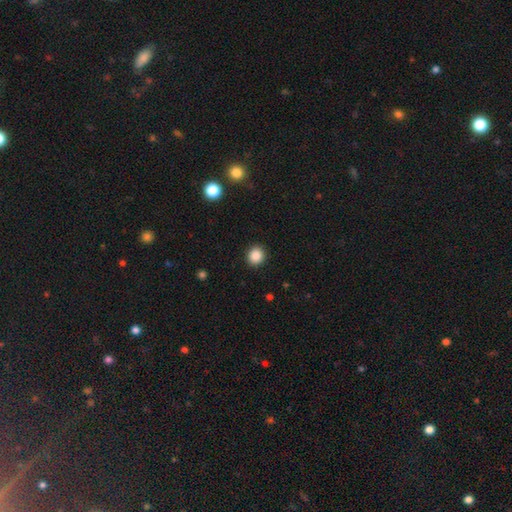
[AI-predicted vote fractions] A smooth galaxy with no disk features (87%) that is round (83%).

Vote fractions:
- Smooth or featured? smooth: 87% / star or artifact: 10% / featured or disk: 3%
- How rounded? round: 83% / in between: 16% / cigar-shaped: 1%
- Merging? none: 92% / minor disturbance: 5% / major disturbance: 2% / merger: 1%